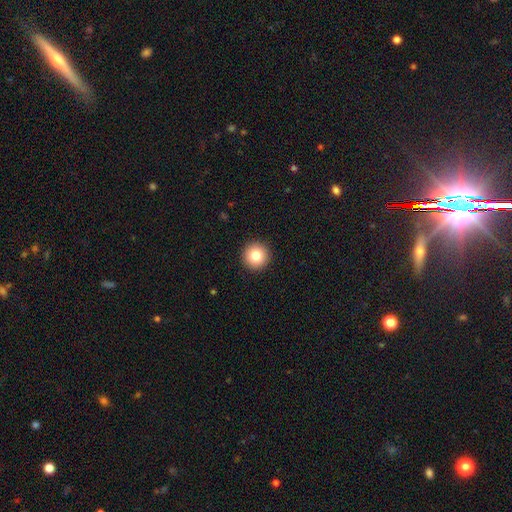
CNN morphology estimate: smooth-or-featured: smooth: 82% | star or artifact: 10% | featured or disk: 8%
  how-rounded: round: 96% | in between: 3% | cigar-shaped: 1%
  merging: none: 93% | minor disturbance: 4% | major disturbance: 1% | merger: 1%